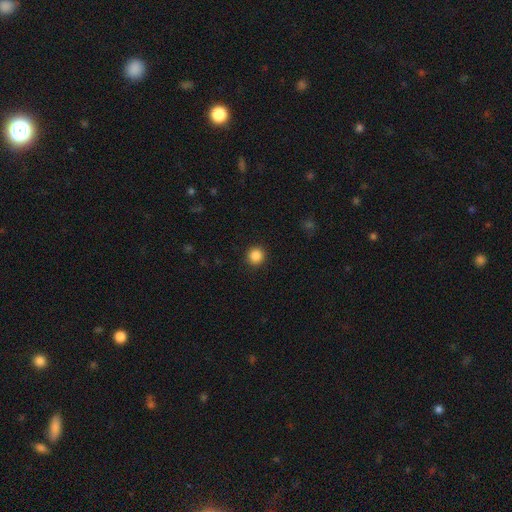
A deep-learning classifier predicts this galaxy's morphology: A smooth galaxy with no disk features (87%) that is round (95%).

Vote fractions:
- Smooth or featured? smooth: 87% / star or artifact: 10% / featured or disk: 3%
- How rounded? round: 95% / in between: 4% / cigar-shaped: 1%
- Merging? none: 92% / minor disturbance: 5% / major disturbance: 2% / merger: 1%